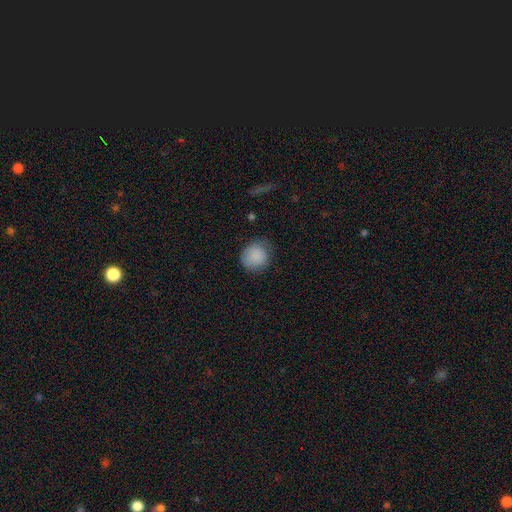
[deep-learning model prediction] smooth 87%, star or artifact 8%, featured or disk 5%. Down the decision tree: how rounded — round (86%); merging — none (69%).